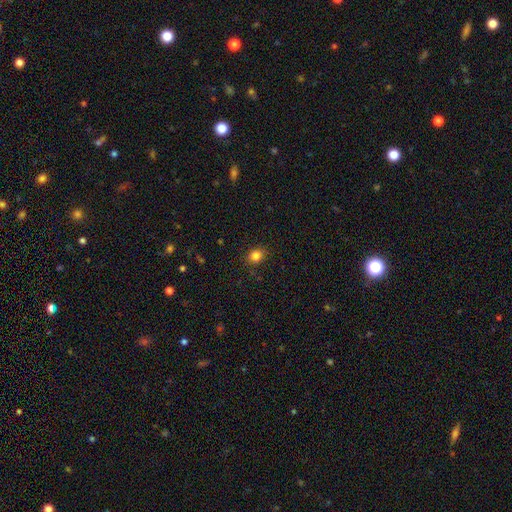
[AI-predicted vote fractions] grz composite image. It shows a smooth galaxy with no disk features (83%) that is round (55%). Merging: none (86%).